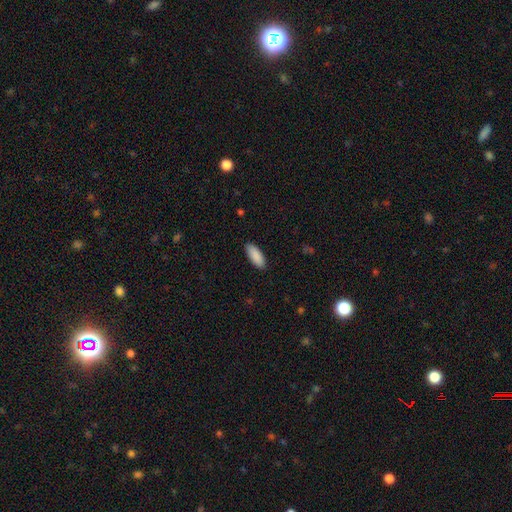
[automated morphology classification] Smooth or featured? smooth (91%)
How rounded? in between (77%)
Merging? none (89%)